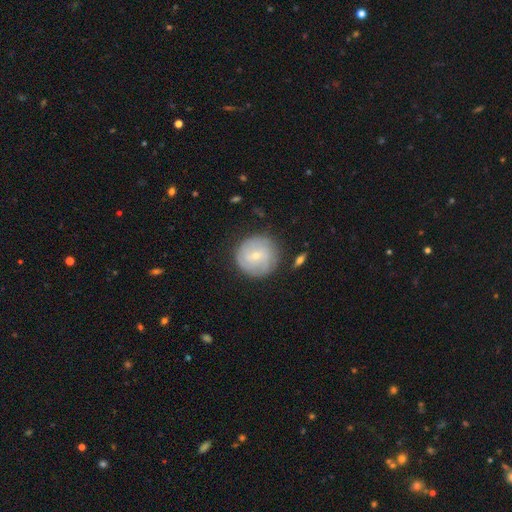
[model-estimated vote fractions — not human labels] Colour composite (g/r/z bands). It shows a featured or disk galaxy (55%) with no bar (63%), spiral arms (77%) and a small central bulge (73%). Merging: none (79%).